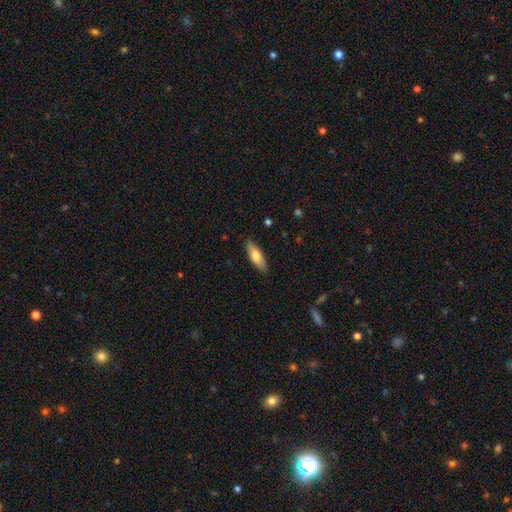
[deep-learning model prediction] smooth 72%, featured or disk 22%, star or artifact 6%. Down the decision tree: how rounded — in between (55%); merging — none (87%).